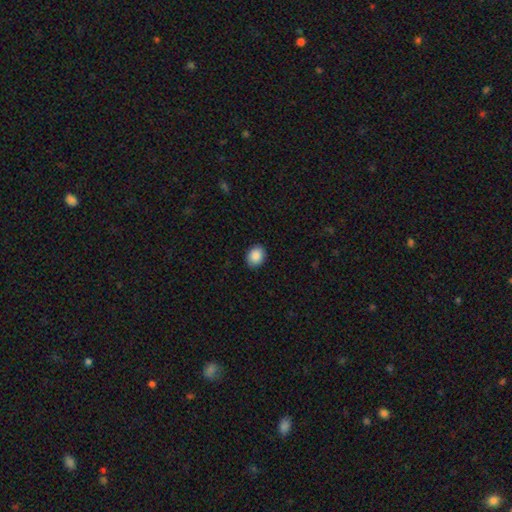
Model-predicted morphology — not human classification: Q: Smooth or featured?
A: smooth (89%); runner-up: star or artifact (8%)
Q: How rounded?
A: in between (54%); runner-up: round (45%)
Q: Merging?
A: none (91%); runner-up: minor disturbance (7%)